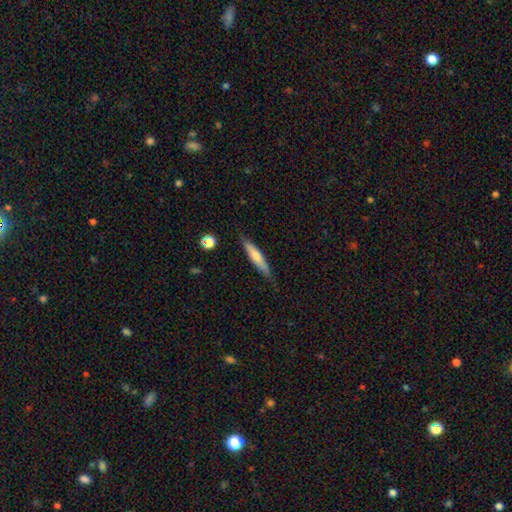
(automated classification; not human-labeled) Smooth or featured?
  - smooth: 55% *
  - featured or disk: 39%
  - star or artifact: 6%
How rounded?
  - cigar-shaped: 89% *
  - in between: 9%
  - round: 1%
Merging?
  - none: 84% *
  - minor disturbance: 13%
  - major disturbance: 2%
  - merger: 1%